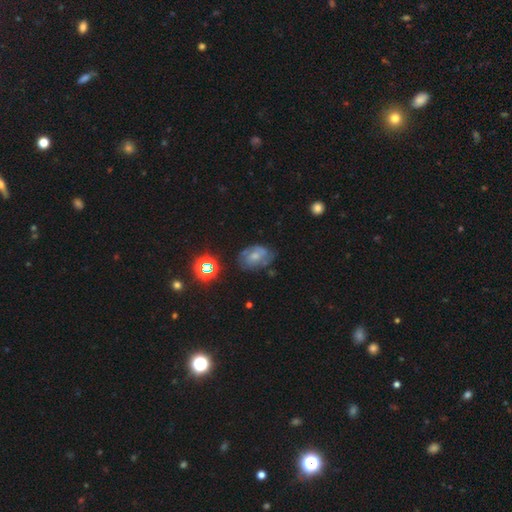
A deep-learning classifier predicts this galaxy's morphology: The model was most divided on "bulge size": moderate: 42%, small: 41%, none: 11%, large: 4%, dominant: 1%. More confident: edge-on disk — no (96%); spiral arms — yes (79%); merging — none (62%); smooth or featured — featured or disk (59%); bar — no (57%).